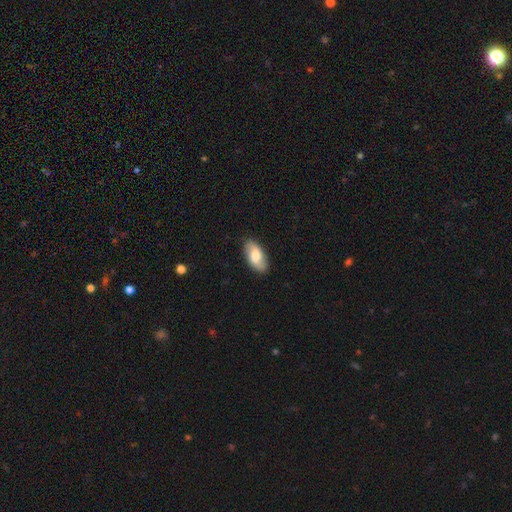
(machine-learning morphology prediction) This appears to be a smooth galaxy with no disk features (62%) that is in between round and cigar-shaped (92%). Merging: none (87%).